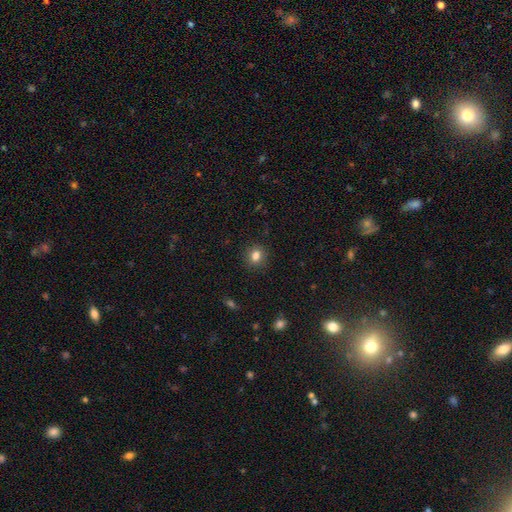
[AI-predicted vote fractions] A smooth galaxy with no disk features (82%) that is round (80%). Merging: none (90%).